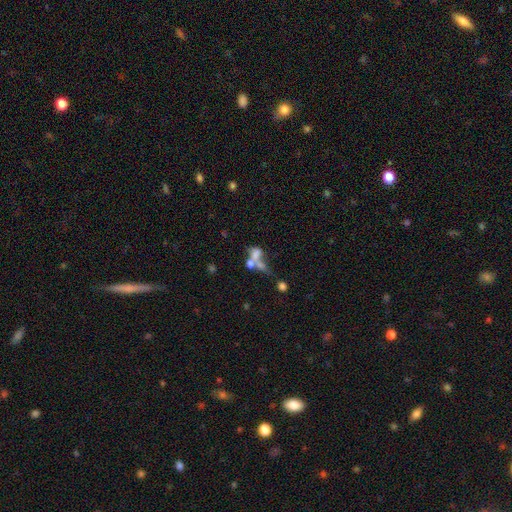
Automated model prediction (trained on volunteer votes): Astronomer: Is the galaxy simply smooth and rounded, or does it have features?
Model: smooth — 53% (runner-up: featured or disk, 32%).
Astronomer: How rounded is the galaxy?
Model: in between — 62%.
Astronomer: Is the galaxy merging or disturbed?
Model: merger — 59%.